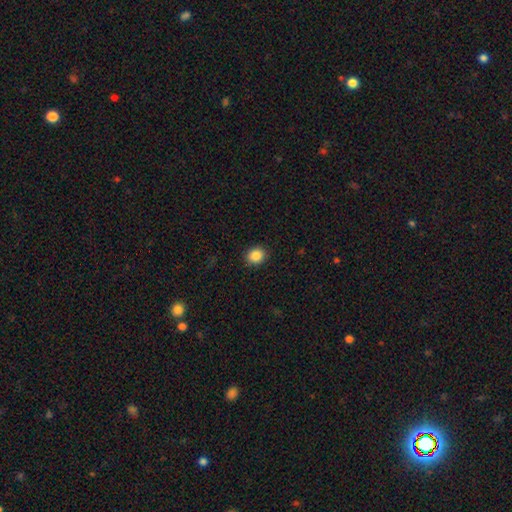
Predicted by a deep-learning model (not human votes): smooth_or_featured: smooth (p=0.87) [alt: star or artifact p=0.10]
how_rounded: round (p=0.68) [alt: in between p=0.31]
merging: none (p=0.91) [alt: minor disturbance p=0.06]